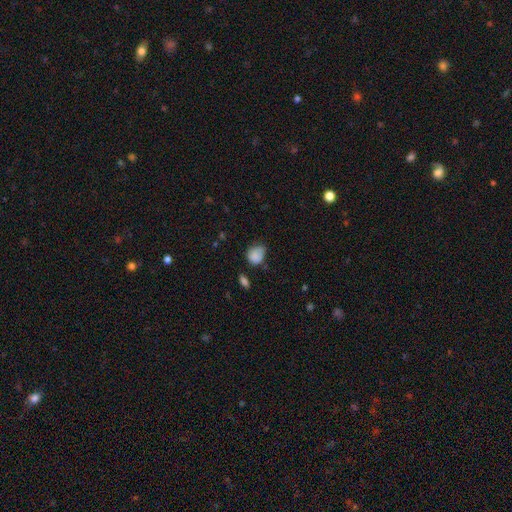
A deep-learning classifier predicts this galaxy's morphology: smooth 83%, star or artifact 10%, featured or disk 8%. Down the decision tree: how rounded — round (57%); merging — none (42%, tied with minor disturbance).